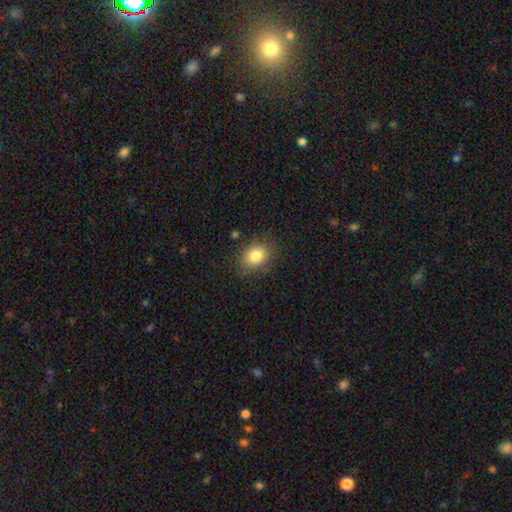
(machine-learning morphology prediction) smooth_or_featured: smooth (p=0.82) [alt: star or artifact p=0.10]
how_rounded: in between (p=0.54) [alt: round p=0.45]
merging: none (p=0.81) [alt: minor disturbance p=0.14]